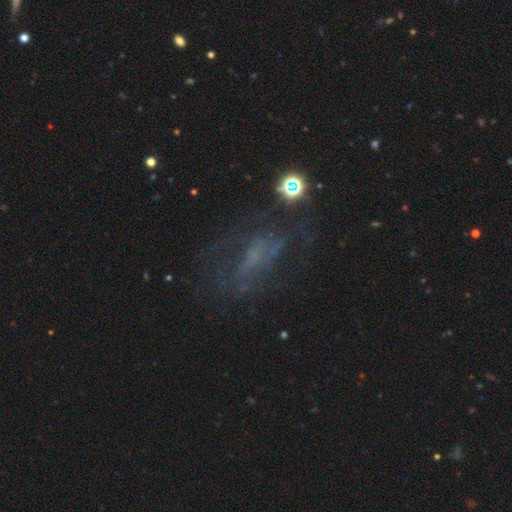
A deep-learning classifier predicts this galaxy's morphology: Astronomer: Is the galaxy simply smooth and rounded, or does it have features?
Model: featured or disk — 48% (runner-up: star or artifact, 27%).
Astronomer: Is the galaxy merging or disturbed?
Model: none — 49% (runner-up: major disturbance, 28%).